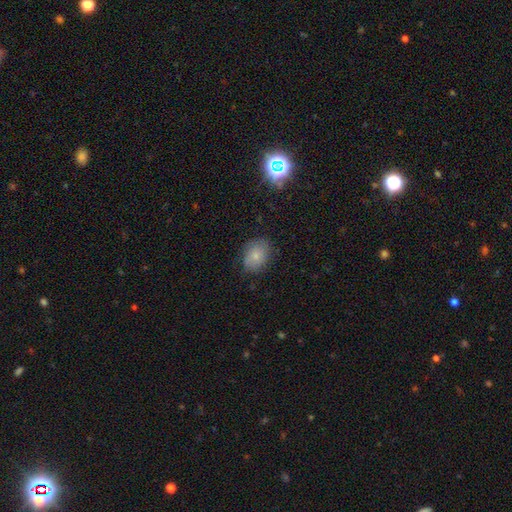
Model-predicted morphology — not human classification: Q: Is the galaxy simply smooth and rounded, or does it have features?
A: smooth — 77%.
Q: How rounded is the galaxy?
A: in between — 64%.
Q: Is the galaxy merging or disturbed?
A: none — 76%.